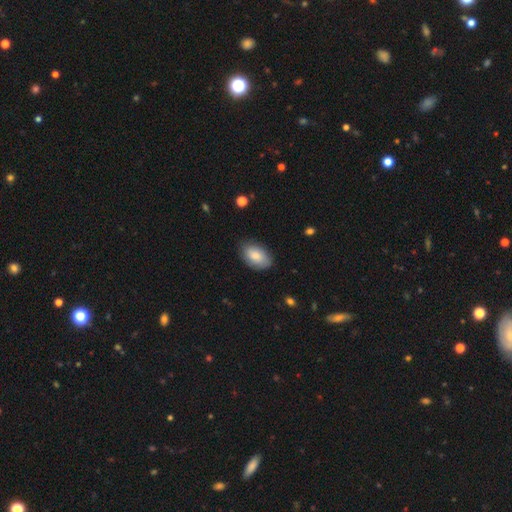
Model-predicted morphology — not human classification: Smooth or featured? smooth (83%)
How rounded? in between (93%)
Merging? none (81%)